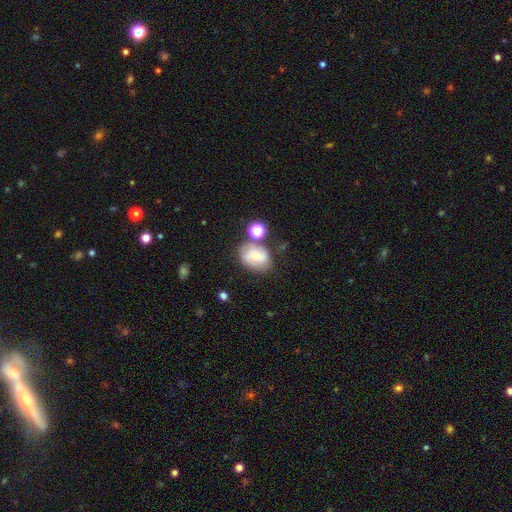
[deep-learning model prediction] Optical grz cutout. It shows a smooth galaxy with no disk features (50%). Merging: none (58%).